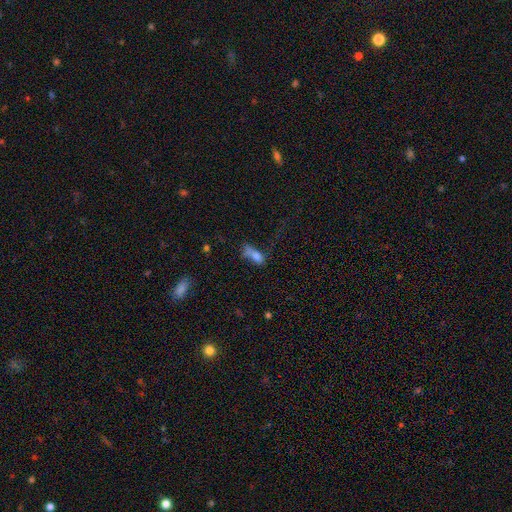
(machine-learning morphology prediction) Smooth or featured: smooth — 65% (featured or disk — 20%)
How rounded: in between — 71% (cigar-shaped — 22%)
Merging: major disturbance — 32% (merger — 25%)